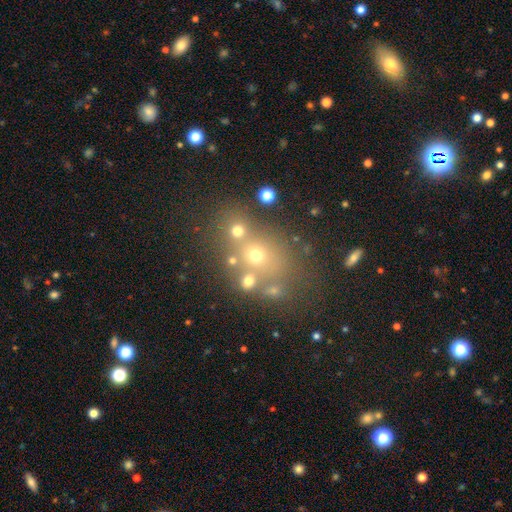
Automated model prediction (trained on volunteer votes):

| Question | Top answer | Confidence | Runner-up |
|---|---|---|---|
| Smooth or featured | smooth | 43% | star or artifact (36%) |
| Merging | none | 57% | merger (27%) |